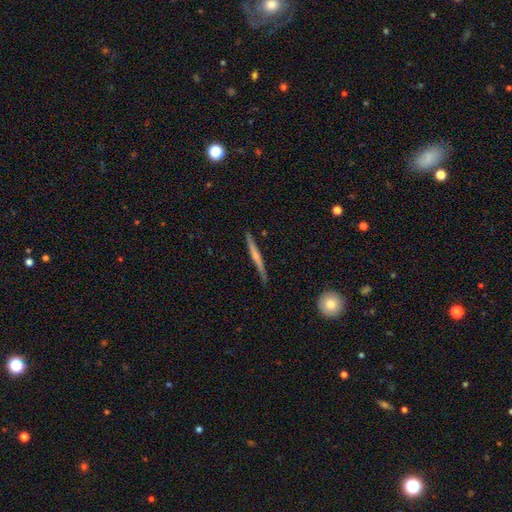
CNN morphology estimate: This appears to be a featured or disk galaxy (55%) viewed edge-on (97%) with no central bulge (49%). Merging: none (86%).